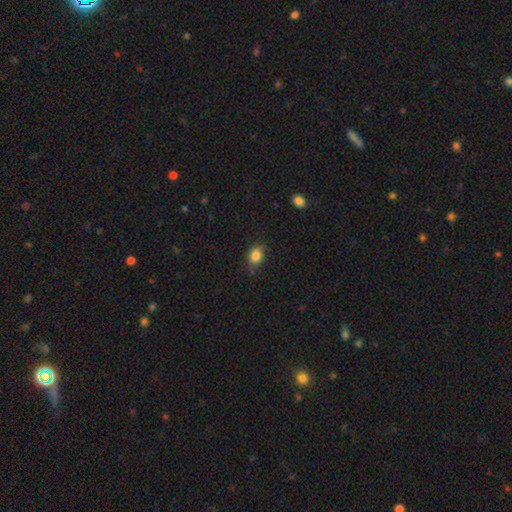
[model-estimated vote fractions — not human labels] A smooth galaxy with no disk features (84%) that is in between round and cigar-shaped (51%). Merging: none (75%).